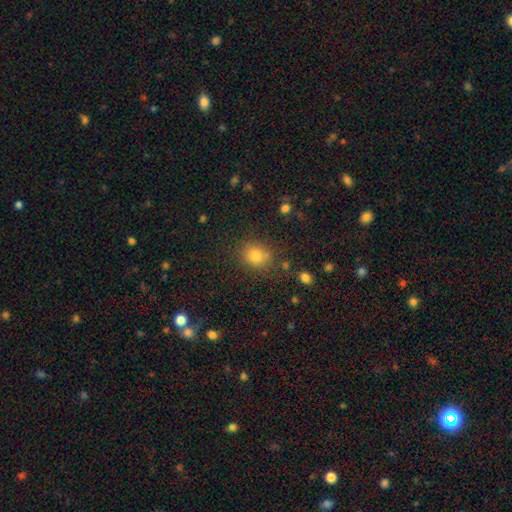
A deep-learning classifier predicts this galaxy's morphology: Smooth or featured? Predicted: smooth (p=0.77). How rounded? Predicted: round (p=0.68). Merging? Predicted: none (p=0.79).